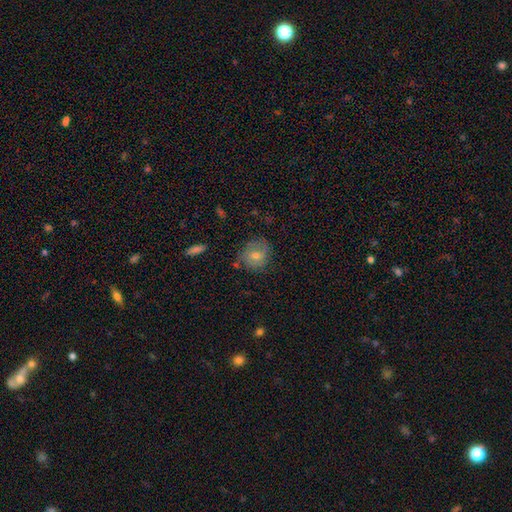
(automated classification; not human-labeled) smooth 64%, featured or disk 28%, star or artifact 9%. Down the decision tree: how rounded — round (77%); merging — none (70%).